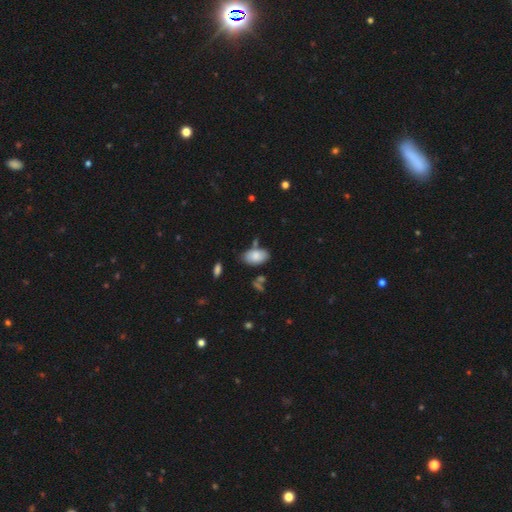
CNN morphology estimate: Overall: smooth (83%). How rounded: in between (93%). Merging: none (65%).